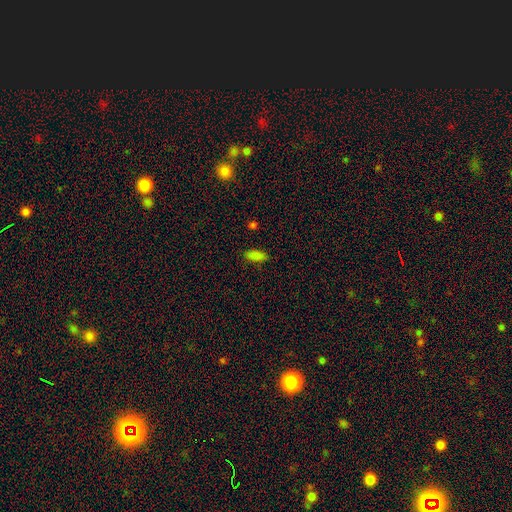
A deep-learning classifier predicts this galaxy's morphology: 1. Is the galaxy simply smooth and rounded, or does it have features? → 85% smooth, 11% star or artifact, 4% featured or disk.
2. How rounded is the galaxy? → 78% in between, 20% cigar-shaped, 2% round.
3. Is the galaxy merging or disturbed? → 85% none, 11% minor disturbance, 2% major disturbance, 2% merger.